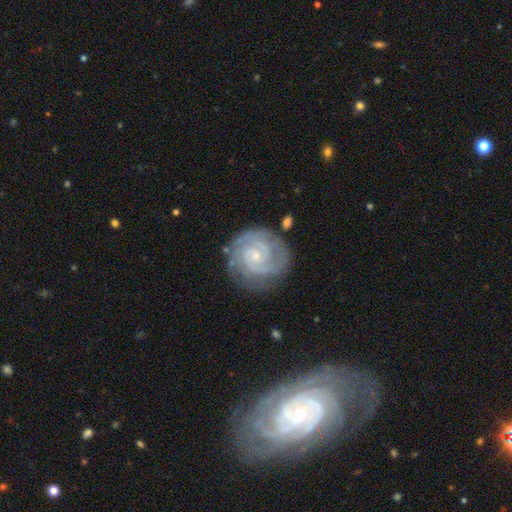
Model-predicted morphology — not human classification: smooth-or-featured: featured or disk: 89% | smooth: 6% | star or artifact: 5%
  disk-edge-on: no: 98% | yes: 2%
    bar: no: 65% | weak: 28% | strong: 6%
    has-spiral-arms: yes: 98% | no: 2%
      spiral-winding: tight: 76% | medium: 21% | loose: 3%
      spiral-arm-count: 2: 53% | 3: 23% | can't tell: 11% | 4: 6% | 1: 4% | more than 4: 4%
    bulge-size: small: 81% | moderate: 13% | none: 4% | large: 1% | dominant: 1%
  merging: none: 79% | minor disturbance: 15% | major disturbance: 5% | merger: 2%